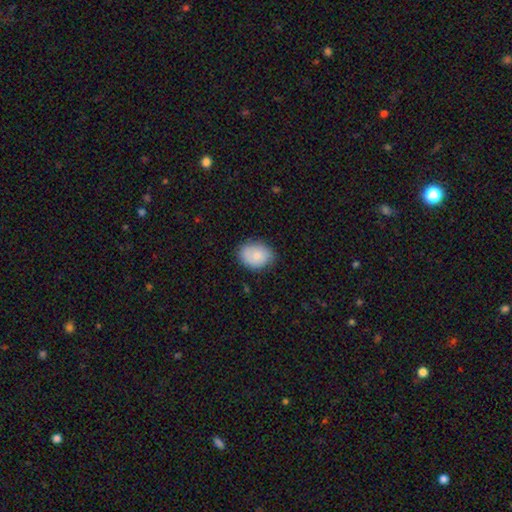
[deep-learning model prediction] smooth 80%, featured or disk 13%, star or artifact 7%. Down the decision tree: how rounded — in between (67%); merging — none (75%).